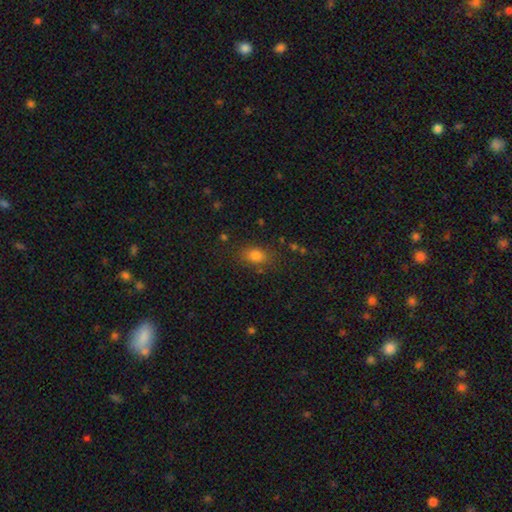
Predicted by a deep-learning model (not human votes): smooth 80%, star or artifact 13%, featured or disk 7%. Down the decision tree: how rounded — in between (75%); merging — none (79%).